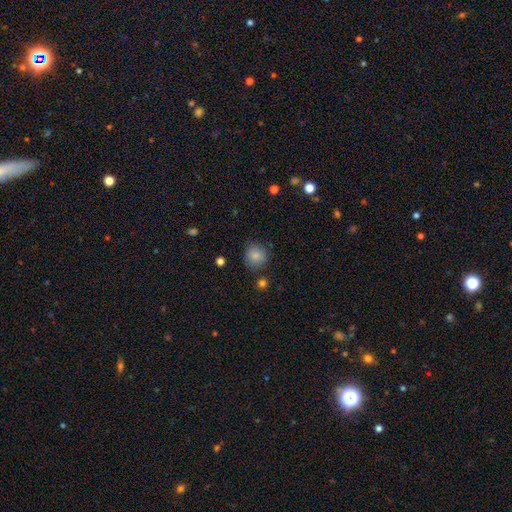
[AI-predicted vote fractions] Smooth or featured? smooth (84%)
How rounded? round (90%)
Merging? none (79%)